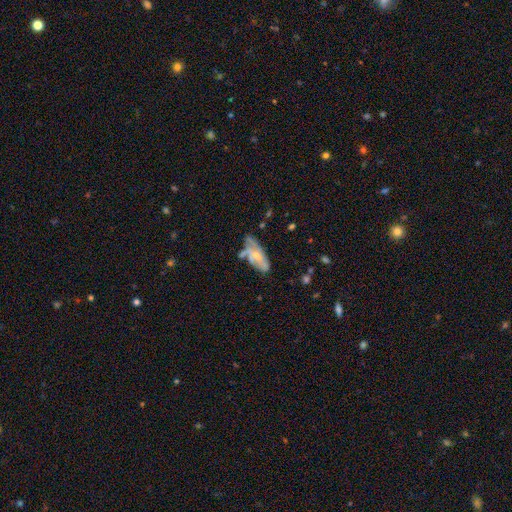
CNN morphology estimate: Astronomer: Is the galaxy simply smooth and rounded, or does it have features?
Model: featured or disk — 52% (runner-up: smooth, 40%).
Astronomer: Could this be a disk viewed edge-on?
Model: no — 89%.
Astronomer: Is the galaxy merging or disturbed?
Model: none — 38% (runner-up: minor disturbance, 28%).